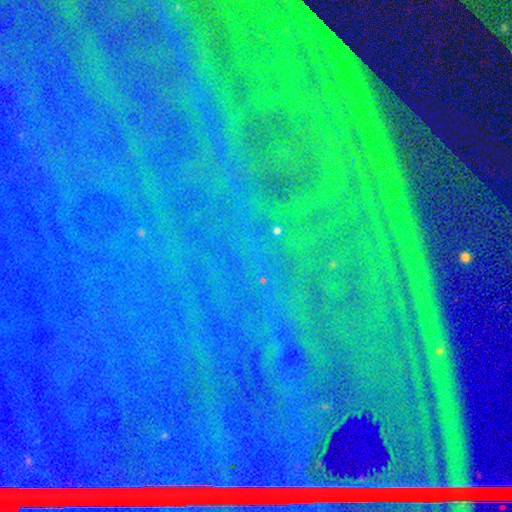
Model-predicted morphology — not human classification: This appears to be a star or artifact, not a galaxy (88%).